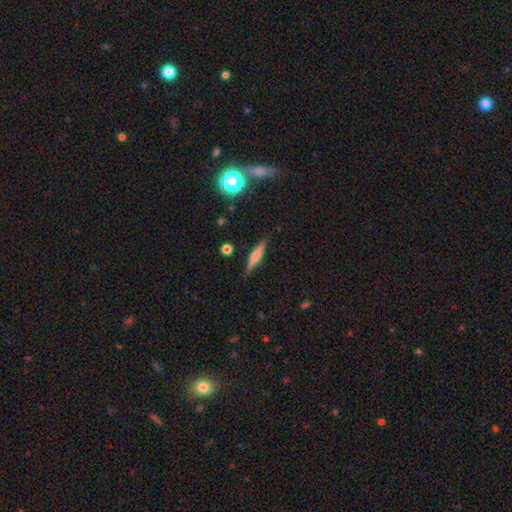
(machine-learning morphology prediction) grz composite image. It shows a smooth galaxy with no disk features (56%) that is cigar-shaped (85%). Merging: none (86%).